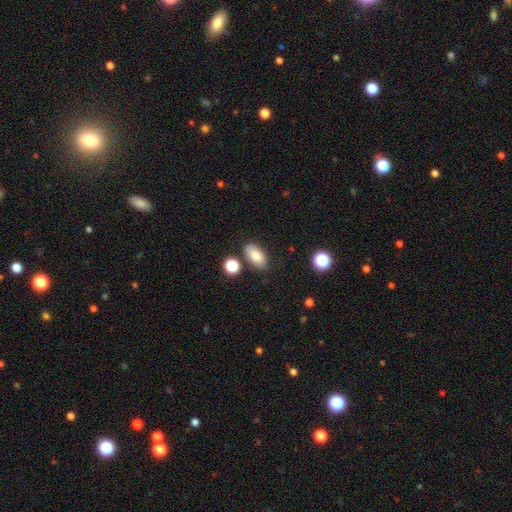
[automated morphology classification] The model was most divided on "merging": none: 80%, minor disturbance: 12%, merger: 5%, major disturbance: 3%. More confident: how rounded — in between (91%); smooth or featured — smooth (82%).